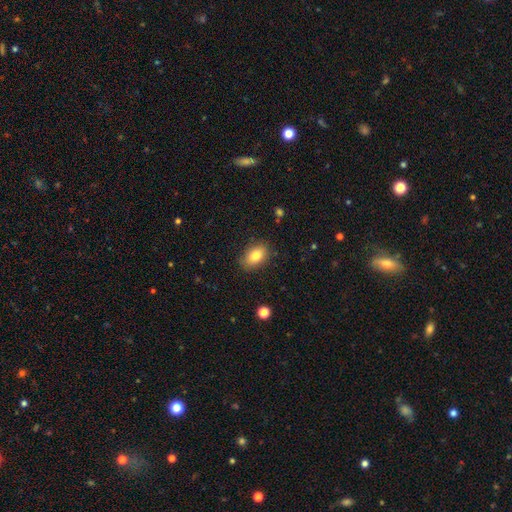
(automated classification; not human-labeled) A smooth galaxy with no disk features (82%) that is in between round and cigar-shaped (87%).

Vote fractions:
- Smooth or featured? smooth: 82% / featured or disk: 10% / star or artifact: 8%
- How rounded? in between: 87% / round: 11% / cigar-shaped: 2%
- Merging? none: 85% / minor disturbance: 11% / major disturbance: 3% / merger: 1%